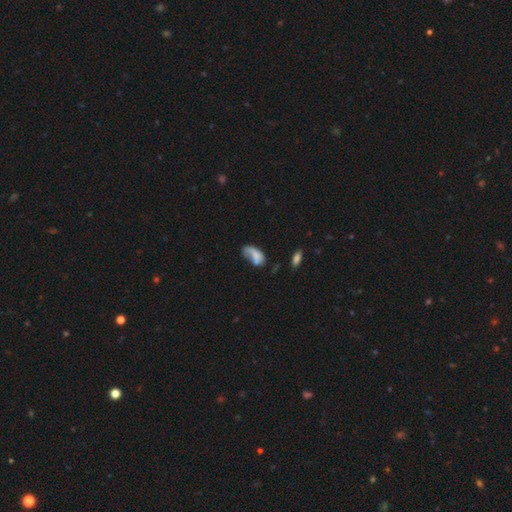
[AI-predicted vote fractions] smooth 63%, featured or disk 28%, star or artifact 9%. Down the decision tree: how rounded — in between (89%); merging — major disturbance (34%).